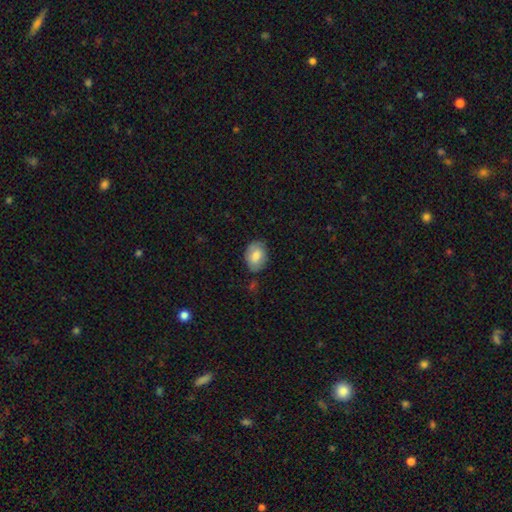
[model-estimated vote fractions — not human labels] Morphology: type=smooth (75%); roundness=in between (74%); merging=none (69%).